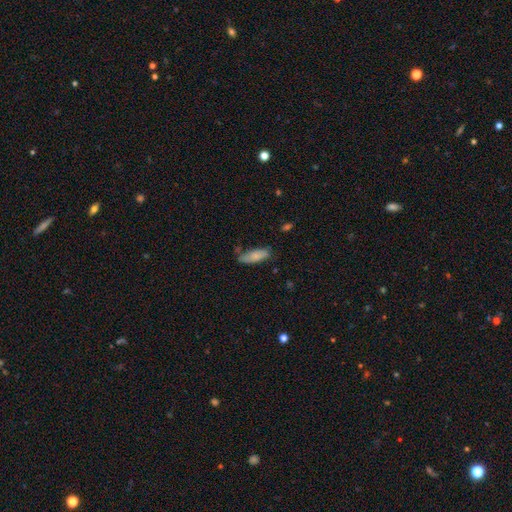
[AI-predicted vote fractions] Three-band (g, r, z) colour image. It shows a smooth galaxy with no disk features (80%) that is in between round and cigar-shaped (64%). Merging: none (60%).